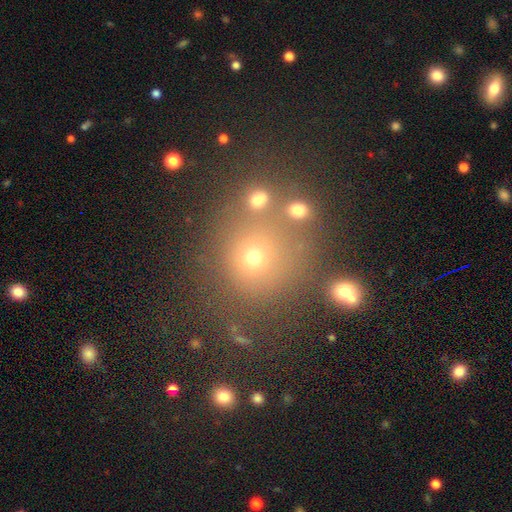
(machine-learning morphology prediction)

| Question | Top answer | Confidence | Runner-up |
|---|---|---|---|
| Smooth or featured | smooth | 48% | star or artifact (39%) |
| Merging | none | 75% | merger (11%) |